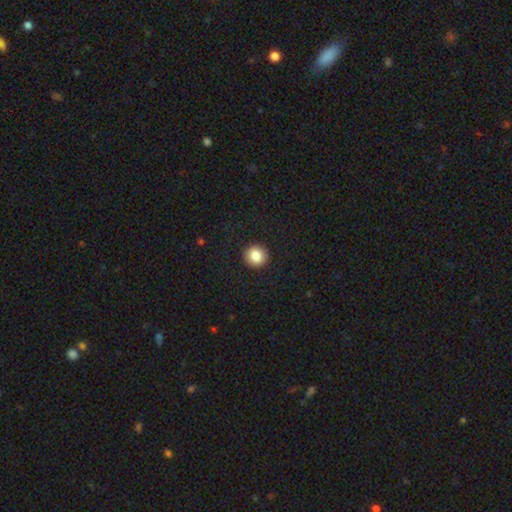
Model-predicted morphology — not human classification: Overall: smooth (86%). How rounded: round (92%). Merging: none (92%).